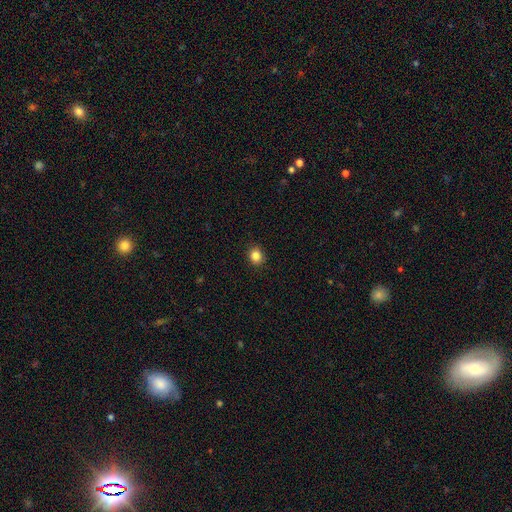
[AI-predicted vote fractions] The model was most divided on "how rounded": round: 72%, in between: 27%, cigar-shaped: 1%. More confident: merging — none (91%); smooth or featured — smooth (85%).